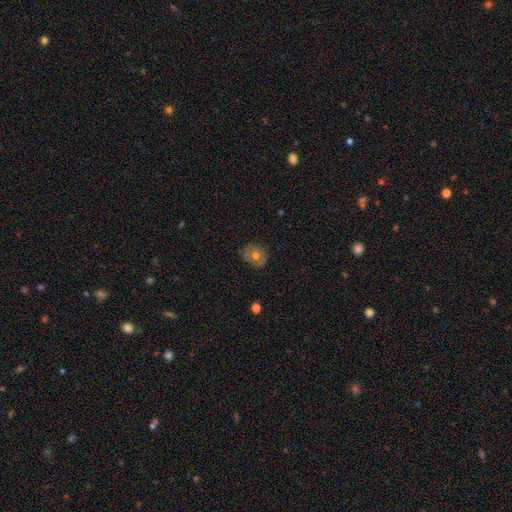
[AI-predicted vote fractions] Smooth or featured?
  - smooth: 53% *
  - featured or disk: 38%
  - star or artifact: 9%
How rounded?
  - round: 71% *
  - in between: 28%
  - cigar-shaped: 1%
Merging?
  - none: 81% *
  - minor disturbance: 14%
  - major disturbance: 4%
  - merger: 1%